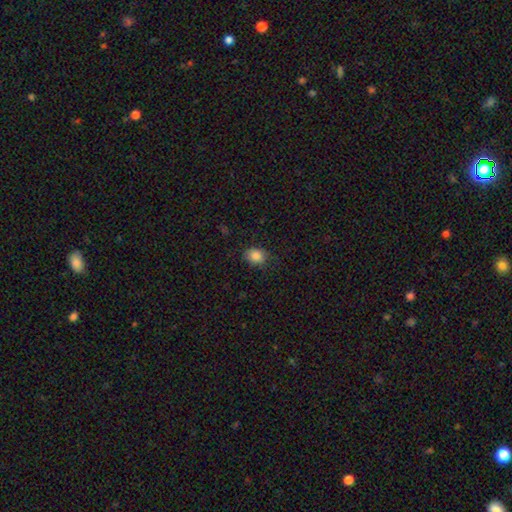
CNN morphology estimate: Smooth or featured?
  - smooth: 86% *
  - star or artifact: 10%
  - featured or disk: 4%
How rounded?
  - in between: 55% *
  - round: 44%
  - cigar-shaped: 1%
Merging?
  - none: 78% *
  - minor disturbance: 16%
  - major disturbance: 4%
  - merger: 1%